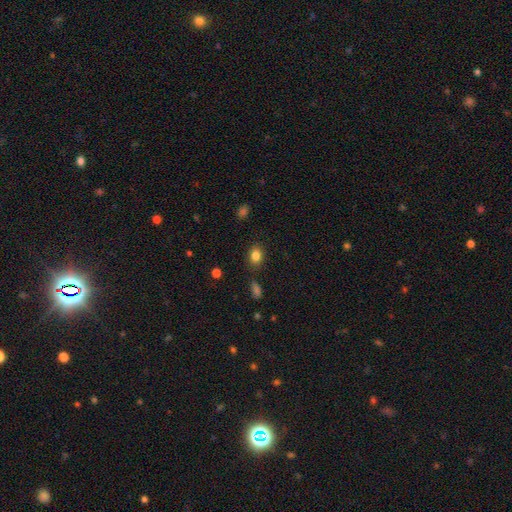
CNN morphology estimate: smooth 83%, star or artifact 11%, featured or disk 6%. Down the decision tree: how rounded — in between (63%); merging — none (83%).